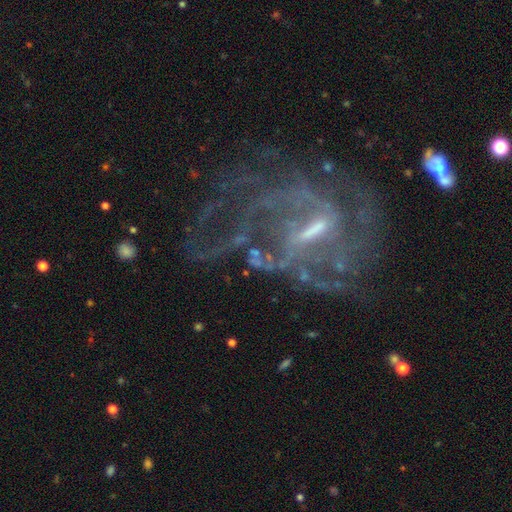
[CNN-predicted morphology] type=featured or disk (84%); edge-on=no (96%); bar=strong (47%); spiral arms=yes (88%); winding=medium (44%); arm count=2 (33%); bulge=small (42%); merging=none (49%).